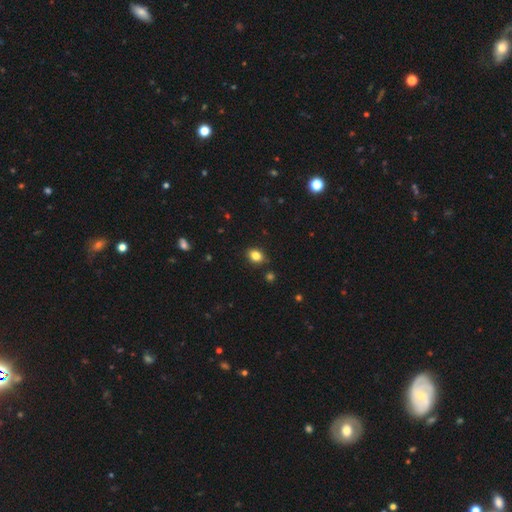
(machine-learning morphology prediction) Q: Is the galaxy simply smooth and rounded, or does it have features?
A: smooth — 83%.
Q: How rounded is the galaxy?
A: in between — 66%.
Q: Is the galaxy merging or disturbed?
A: none — 86%.